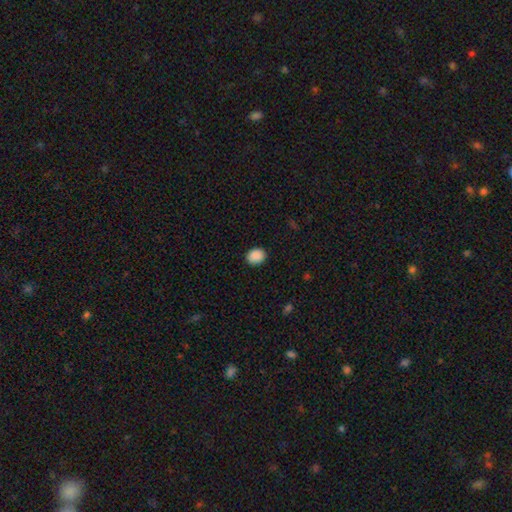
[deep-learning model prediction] Overall: smooth (90%). How rounded: in between (53%; round 47%). Merging: none (89%).